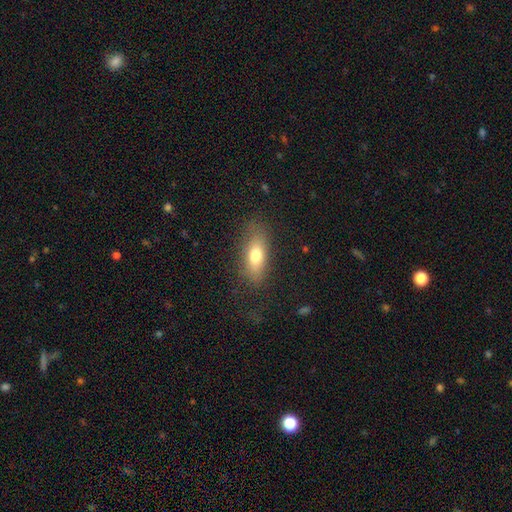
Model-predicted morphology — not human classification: A smooth galaxy with no disk features (74%) that is in between round and cigar-shaped (75%).

Vote fractions:
- Smooth or featured? smooth: 74% / featured or disk: 18% / star or artifact: 8%
- How rounded? in between: 75% / cigar-shaped: 20% / round: 5%
- Merging? none: 78% / minor disturbance: 15% / major disturbance: 6% / merger: 1%